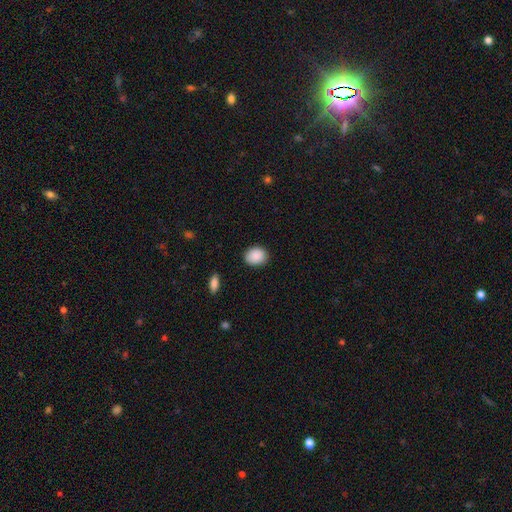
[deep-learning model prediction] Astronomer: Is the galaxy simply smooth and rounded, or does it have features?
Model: smooth — 90%.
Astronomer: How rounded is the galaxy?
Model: round — 50% (runner-up: in between, 49%).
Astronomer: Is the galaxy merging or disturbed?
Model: none — 87%.